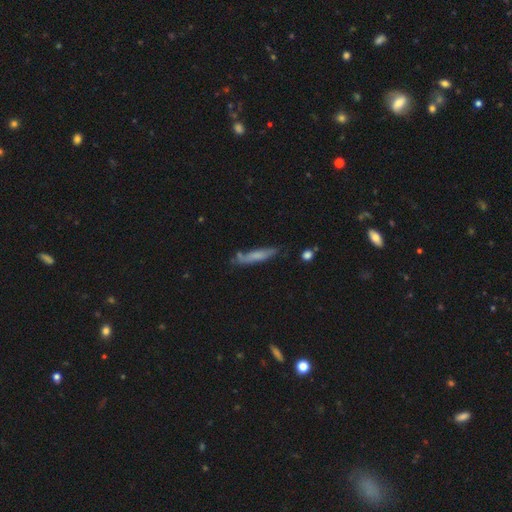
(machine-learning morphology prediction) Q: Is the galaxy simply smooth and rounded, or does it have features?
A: smooth — 62%.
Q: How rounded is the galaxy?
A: cigar-shaped — 87%.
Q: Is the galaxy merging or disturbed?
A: none — 67%.